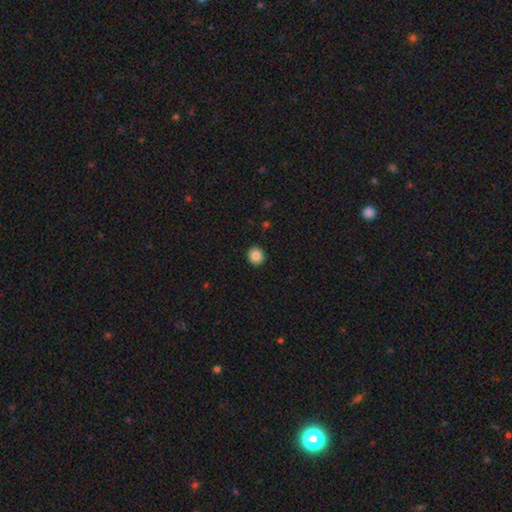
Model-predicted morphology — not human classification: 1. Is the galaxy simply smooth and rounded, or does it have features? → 86% smooth, 9% star or artifact, 5% featured or disk.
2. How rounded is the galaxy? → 89% round, 11% in between, 1% cigar-shaped.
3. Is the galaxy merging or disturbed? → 92% none, 5% minor disturbance, 2% major disturbance, 1% merger.